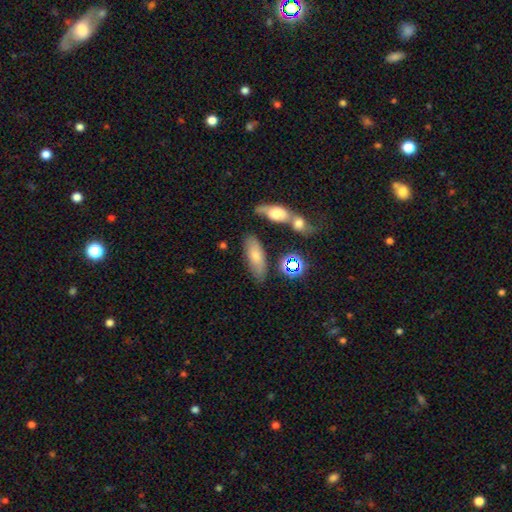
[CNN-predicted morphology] A smooth galaxy with no disk features (69%) that is in between round and cigar-shaped (71%). Merging: none (68%).